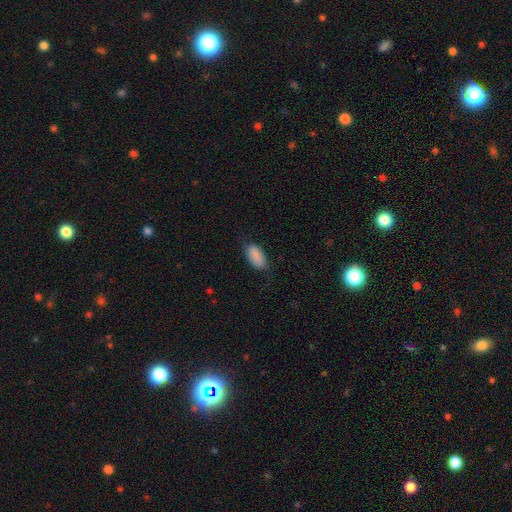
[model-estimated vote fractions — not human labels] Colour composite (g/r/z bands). It shows a smooth galaxy with no disk features (88%) that is in between round and cigar-shaped (94%). Merging: none (68%).